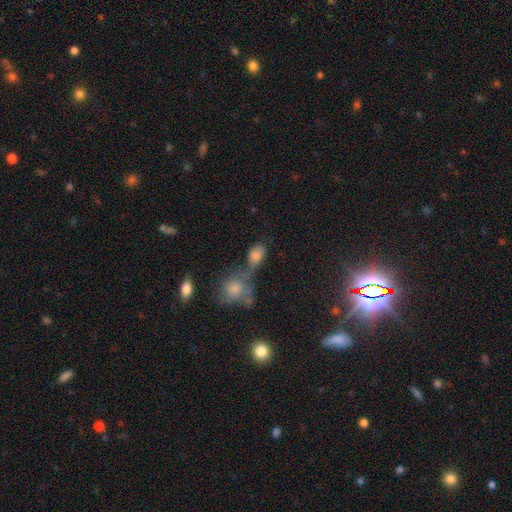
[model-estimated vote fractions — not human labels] smooth-or-featured: smooth: 63% | star or artifact: 21% | featured or disk: 16%
  how-rounded: in between: 68% | round: 28% | cigar-shaped: 4%
  merging: merger: 38% | none: 37% | minor disturbance: 15% | major disturbance: 10%